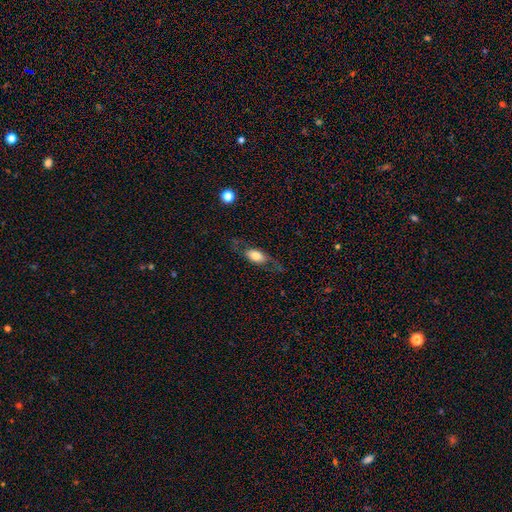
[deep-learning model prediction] This is possibly a smooth galaxy (57%). How rounded: clearly in between (83%). Merging: possibly none (58%).